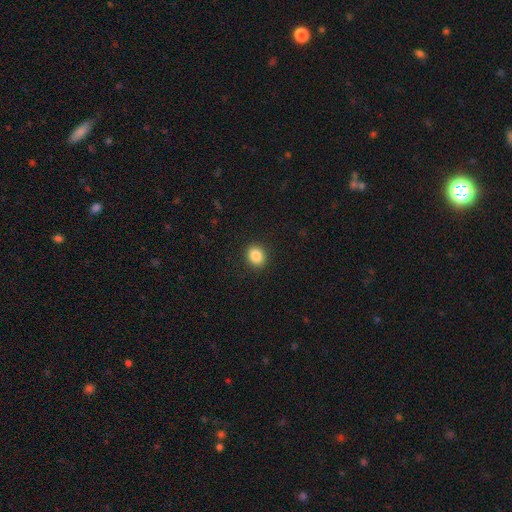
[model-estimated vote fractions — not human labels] smooth 87%, star or artifact 9%, featured or disk 4%. Down the decision tree: how rounded — round (63%); merging — none (90%).